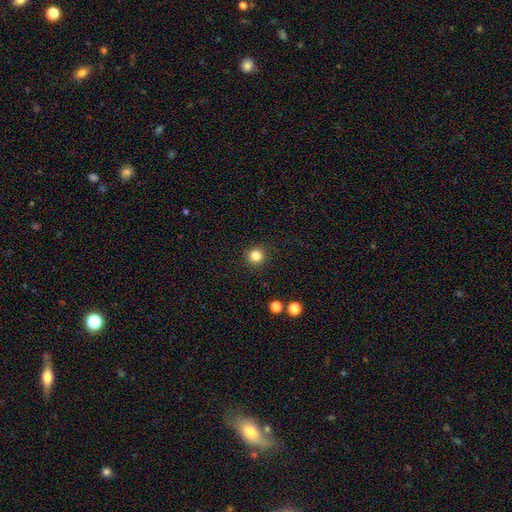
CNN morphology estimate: Smooth or featured: smooth — 83% (star or artifact — 13%)
How rounded: round — 94% (in between — 5%)
Merging: none — 92% (minor disturbance — 5%)